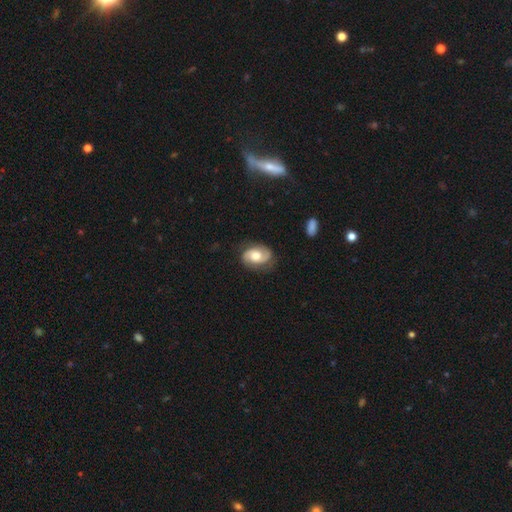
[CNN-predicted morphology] A featured or disk galaxy (68%) with no bar (65%), 2 (87%) medium (45%) spiral arms (91%) and a moderate central bulge (60%).

Vote fractions:
- Smooth or featured? featured or disk: 68% / smooth: 26% / star or artifact: 7%
- Edge-on disk? no: 97% / yes: 3%
- Bar? no: 65% / weak: 29% / strong: 6%
- Spiral arms? yes: 91% / no: 9%
- Spiral winding? medium: 45% / tight: 31% / loose: 24%
- Spiral arm count? 2: 87% / can't tell: 6% / 1: 4% / 3: 1% / 4: 1% / more than 4: 1%
- Bulge size? moderate: 60% / large: 25% / small: 10% / dominant: 2% / none: 2%
- Merging? none: 75% / minor disturbance: 17% / major disturbance: 6% / merger: 1%